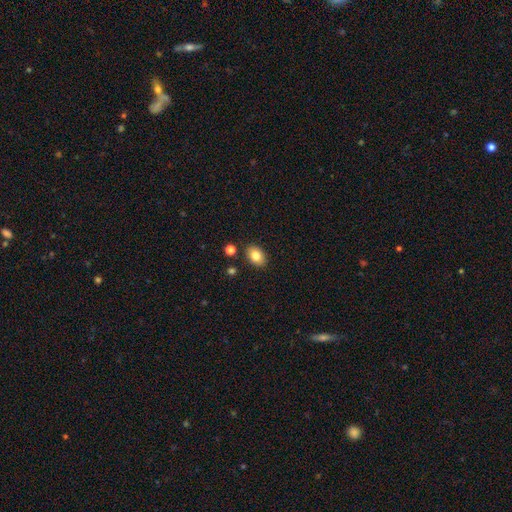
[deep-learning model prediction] Overall: smooth (83%). How rounded: in between (79%). Merging: none (85%).